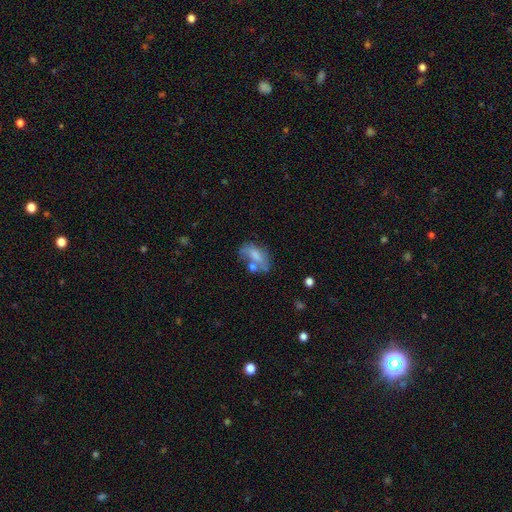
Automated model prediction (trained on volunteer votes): Smooth or featured? smooth (65%)
How rounded? in between (88%)
Merging? none (39%)